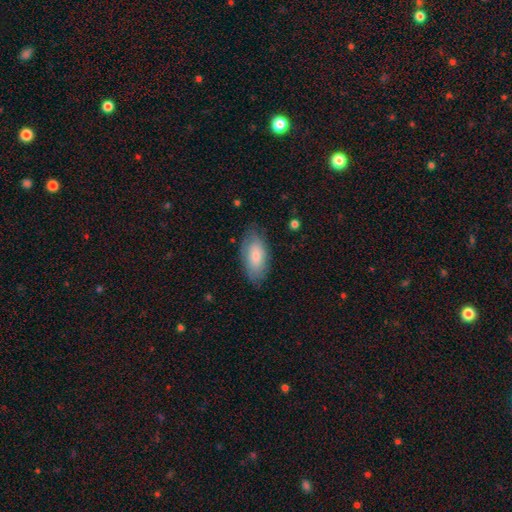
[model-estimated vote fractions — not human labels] Overall: smooth (76%). How rounded: in between (91%). Merging: none (77%).